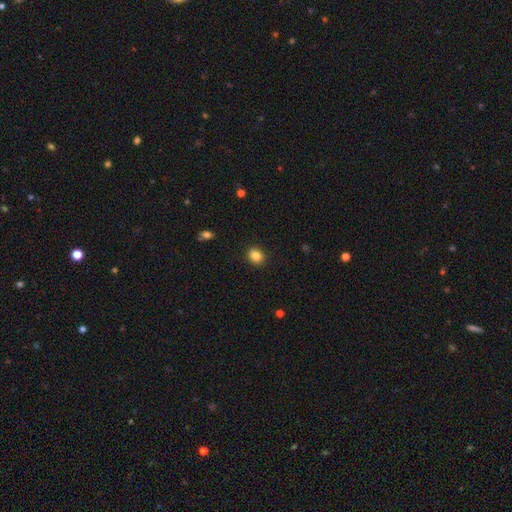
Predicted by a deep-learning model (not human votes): Morphology: type=smooth (85%); roundness=round (66%); merging=none (90%).